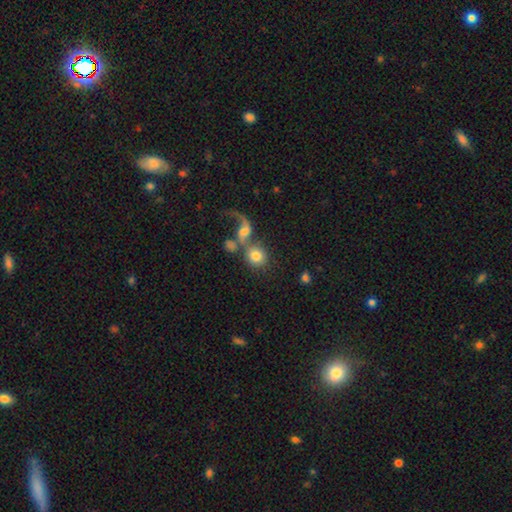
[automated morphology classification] Smooth or featured? smooth (70%)
How rounded? round (80%)
Merging? merger (50%)